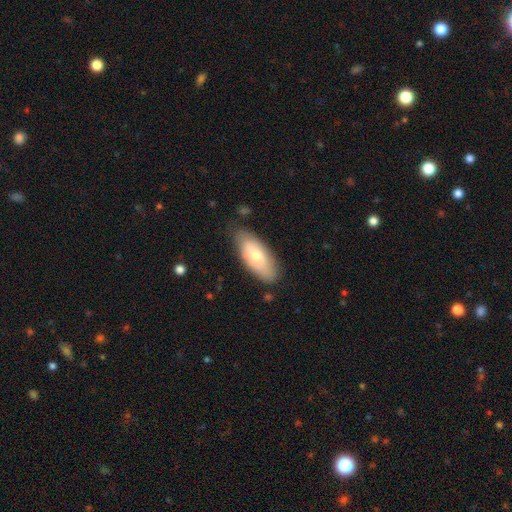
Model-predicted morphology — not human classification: Overall: smooth (63%; featured or disk 32%). How rounded: in between (85%). Merging: none (76%).